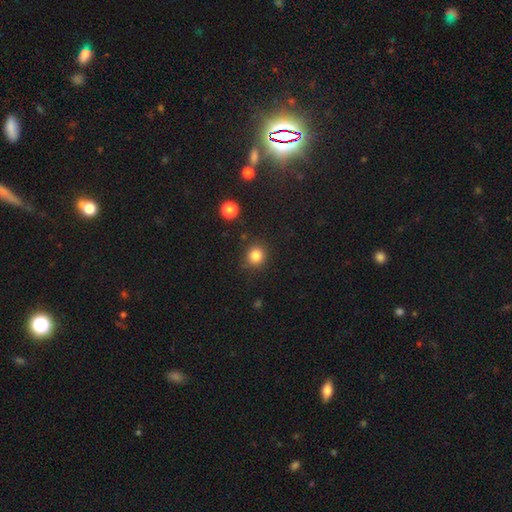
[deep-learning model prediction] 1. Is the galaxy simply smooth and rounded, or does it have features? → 83% smooth, 12% star or artifact, 5% featured or disk.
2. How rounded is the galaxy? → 89% round, 10% in between, 1% cigar-shaped.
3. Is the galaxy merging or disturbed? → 85% none, 10% minor disturbance, 3% major disturbance, 2% merger.